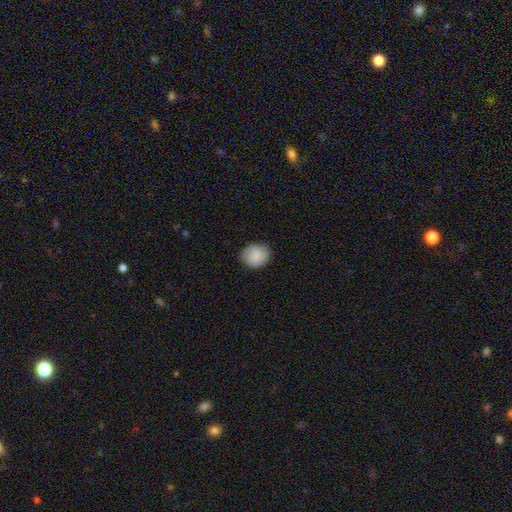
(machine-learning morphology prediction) This appears to be a smooth galaxy with no disk features (87%) that is round (66%). Merging: none (83%).